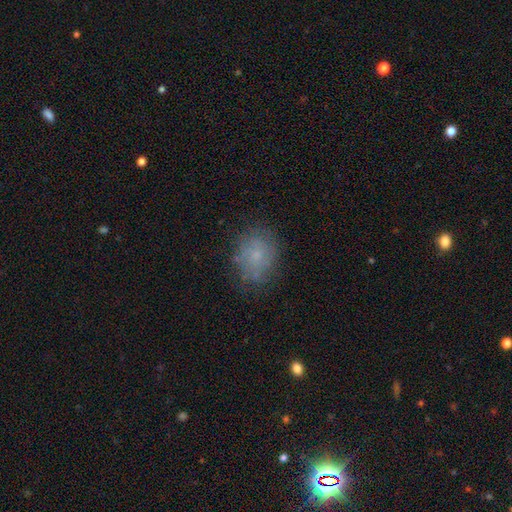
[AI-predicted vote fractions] Smooth or featured? smooth (63%)
How rounded? in between (51%)
Merging? none (73%)